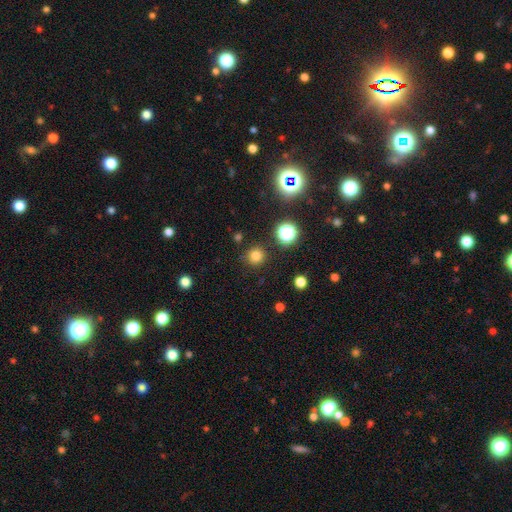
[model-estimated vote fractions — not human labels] Smooth or featured: smooth — 76% (star or artifact — 19%)
How rounded: round — 94% (in between — 5%)
Merging: none — 88% (minor disturbance — 7%)